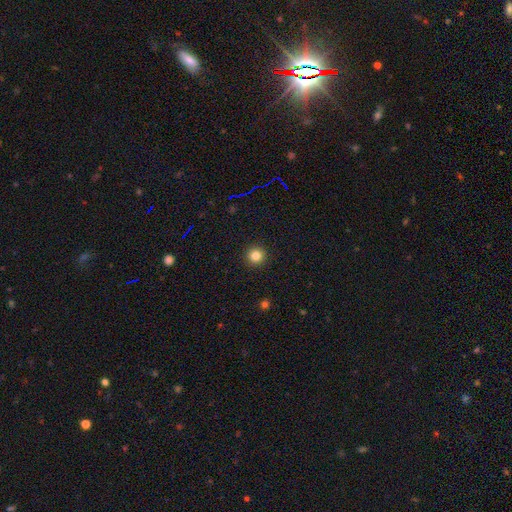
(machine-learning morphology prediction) This appears to be a smooth galaxy with no disk features (83%) that is round (95%). Merging: none (93%).